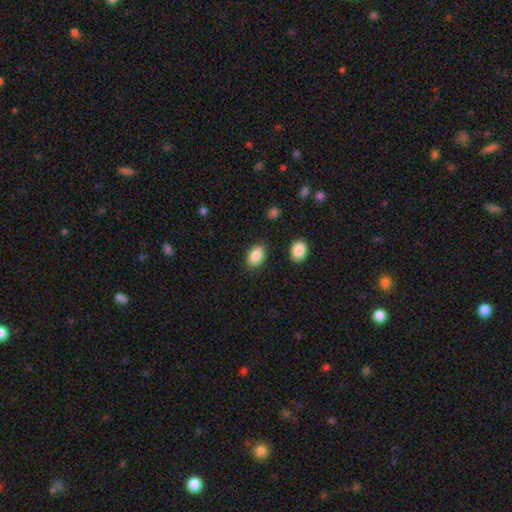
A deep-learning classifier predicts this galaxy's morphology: Q: Smooth or featured?
A: smooth (87%); runner-up: star or artifact (7%)
Q: How rounded?
A: in between (90%); runner-up: round (8%)
Q: Merging?
A: none (85%); runner-up: minor disturbance (10%)